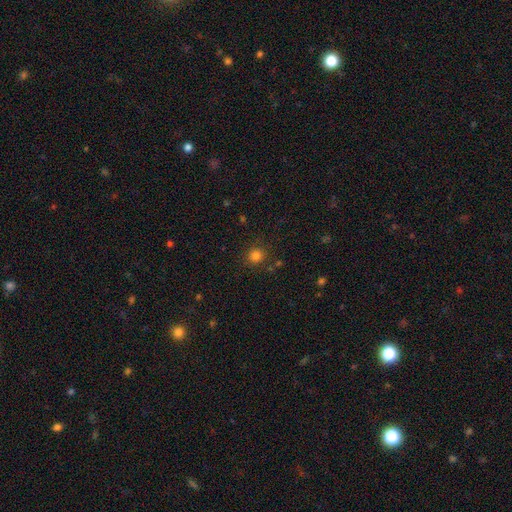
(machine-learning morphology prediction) Smooth or featured: smooth — 81% (star or artifact — 15%)
How rounded: round — 90% (in between — 9%)
Merging: none — 86% (minor disturbance — 8%)